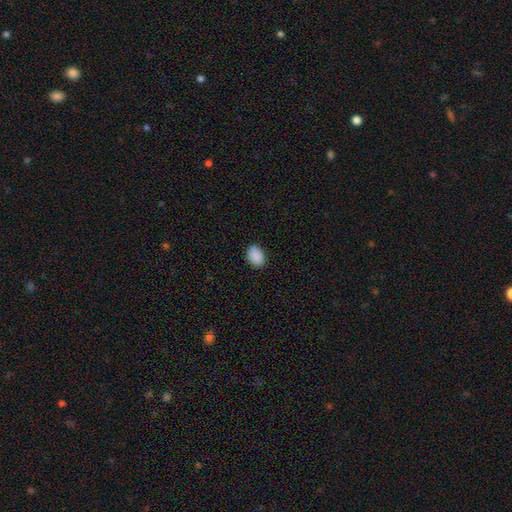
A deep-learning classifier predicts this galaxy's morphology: A smooth galaxy with no disk features (89%) that is in between round and cigar-shaped (77%). Merging: none (85%).